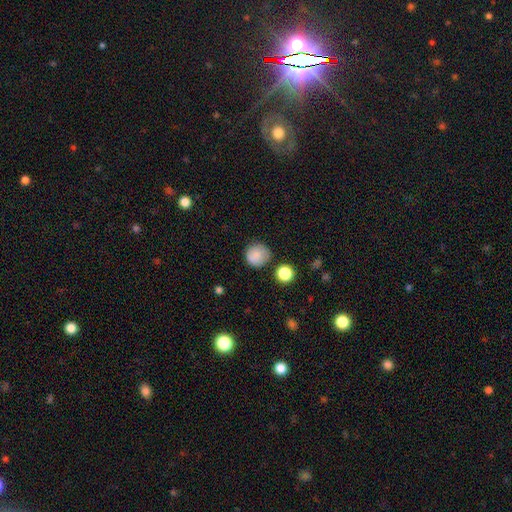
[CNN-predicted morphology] A smooth galaxy with no disk features (85%) that is round (92%). Merging: none (78%).